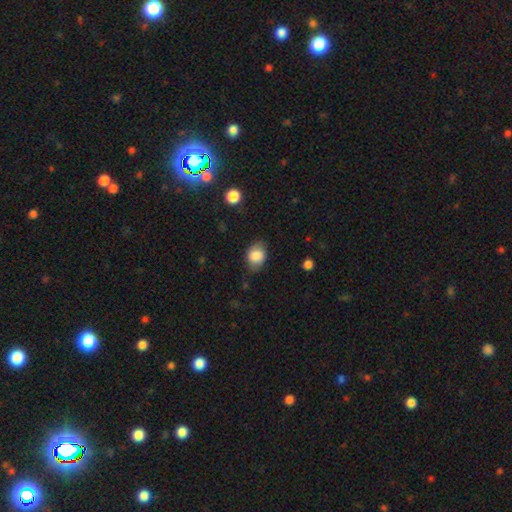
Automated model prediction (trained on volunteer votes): Smooth or featured?
  - smooth: 81% *
  - featured or disk: 11%
  - star or artifact: 8%
How rounded?
  - in between: 68% *
  - round: 31%
  - cigar-shaped: 1%
Merging?
  - none: 74% *
  - minor disturbance: 20%
  - major disturbance: 5%
  - merger: 1%